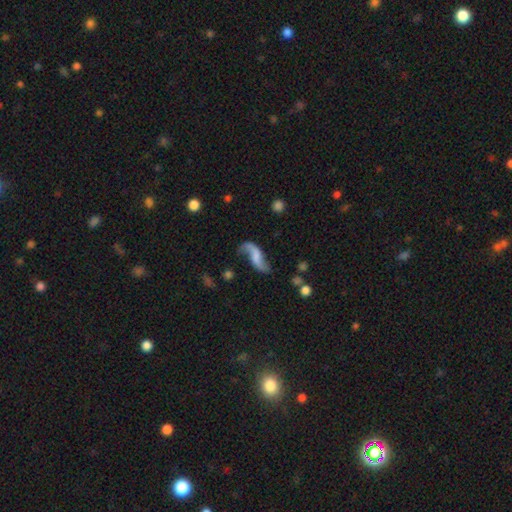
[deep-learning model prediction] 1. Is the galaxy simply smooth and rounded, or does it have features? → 78% featured or disk, 15% smooth, 7% star or artifact.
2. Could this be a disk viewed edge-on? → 94% no, 6% yes.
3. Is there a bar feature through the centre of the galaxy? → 49% no, 35% weak, 16% strong.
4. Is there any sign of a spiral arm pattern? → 93% yes, 7% no.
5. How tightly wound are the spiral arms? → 92% loose, 6% medium, 2% tight.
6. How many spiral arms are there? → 91% 2, 4% 1, 2% can't tell, 1% 3, 1% 4, 1% more than 4.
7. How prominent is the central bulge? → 56% none, 19% small, 15% moderate, 8% large, 3% dominant.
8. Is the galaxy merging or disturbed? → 64% none, 18% minor disturbance, 13% major disturbance, 5% merger.